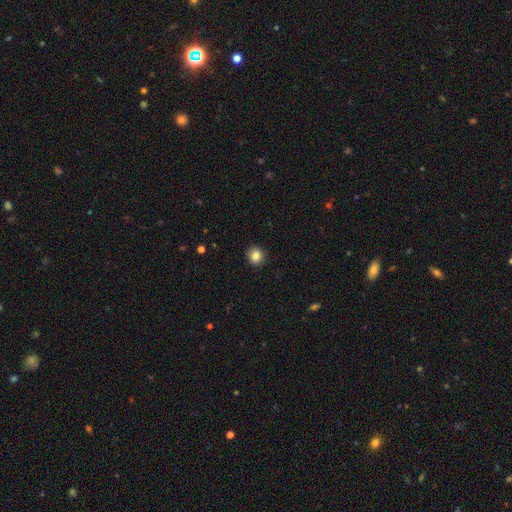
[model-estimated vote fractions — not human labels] This appears to be a smooth galaxy with no disk features (85%) that is round (88%). Merging: none (91%).